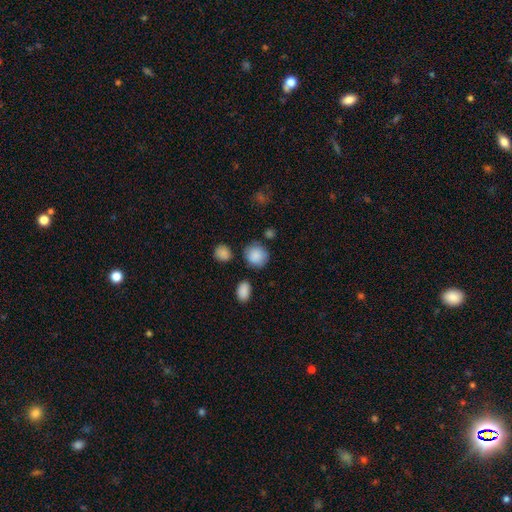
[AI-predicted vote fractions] Smooth or featured: smooth — 86% (star or artifact — 8%)
How rounded: round — 83% (in between — 16%)
Merging: none — 76% (minor disturbance — 13%)